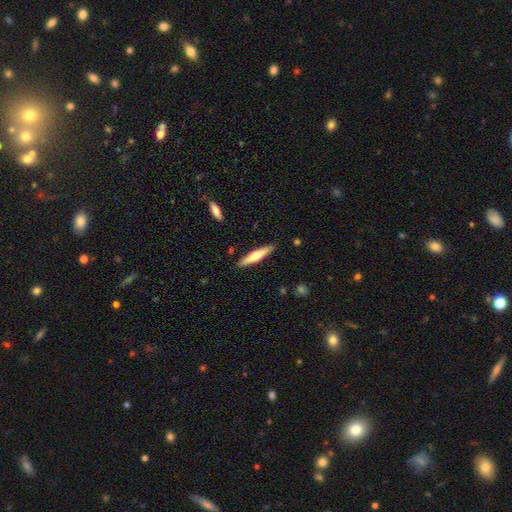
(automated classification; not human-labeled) The model was most divided on "smooth or featured": featured or disk: 52%, smooth: 43%, star or artifact: 5%. More confident: edge-on disk — yes (96%); merging — none (90%).